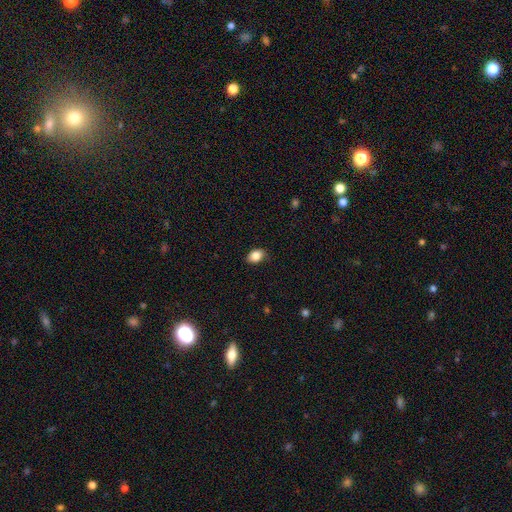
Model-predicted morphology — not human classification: smooth-or-featured: smooth: 85% | star or artifact: 9% | featured or disk: 6%
  how-rounded: in between: 76% | round: 23% | cigar-shaped: 1%
  merging: none: 81% | minor disturbance: 16% | major disturbance: 3% | merger: 1%